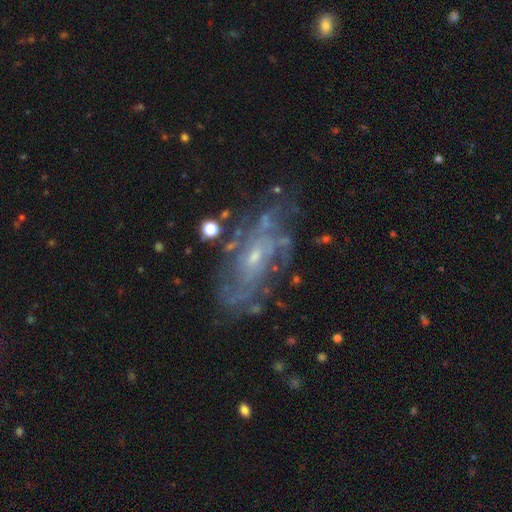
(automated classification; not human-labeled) Overall: featured or disk (80%). Edge-on disk: no (93%). Bar: no (66%; weak 28%). Spiral arms: yes (86%). Spiral arm count: can't tell (49%; 2 17%). Spiral winding: tight (50%; medium 36%). Bulge size: small (74%). Merging: none (70%).